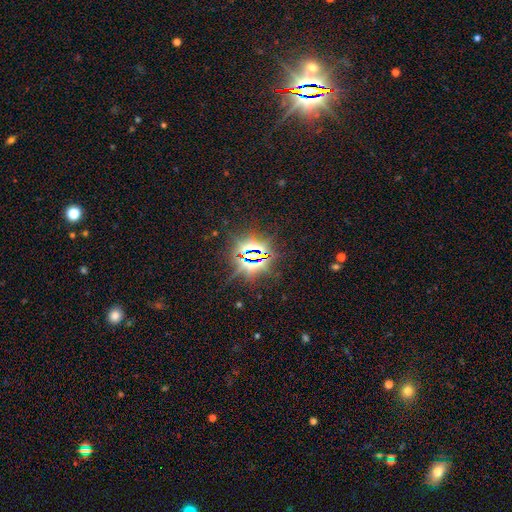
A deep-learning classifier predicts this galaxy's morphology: Smooth or featured: star or artifact — 82% (smooth — 10%)